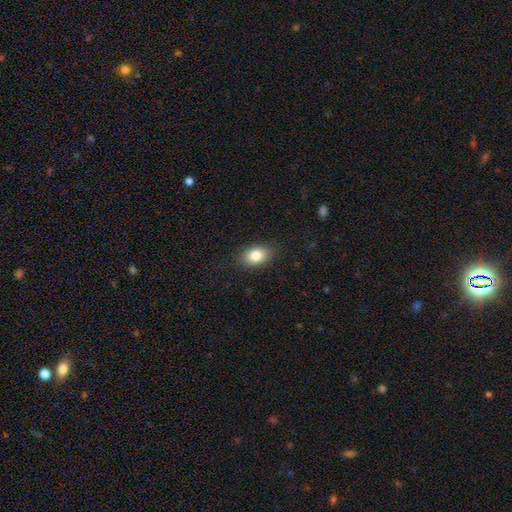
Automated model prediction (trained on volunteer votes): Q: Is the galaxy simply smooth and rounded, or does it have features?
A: smooth — 83%.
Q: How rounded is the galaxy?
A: in between — 83%.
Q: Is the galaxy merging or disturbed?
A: none — 86%.